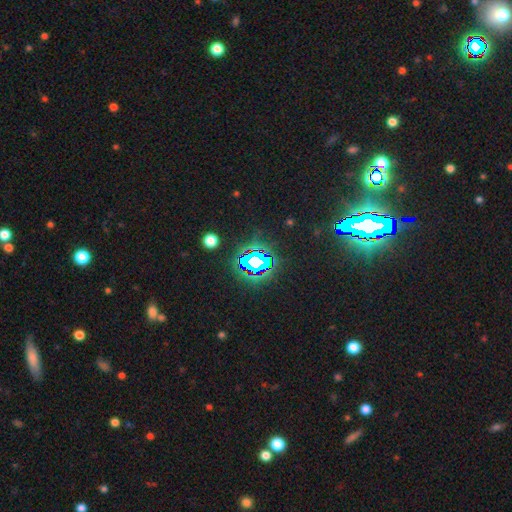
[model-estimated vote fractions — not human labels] star or artifact 79%, smooth 12%, featured or disk 9%.